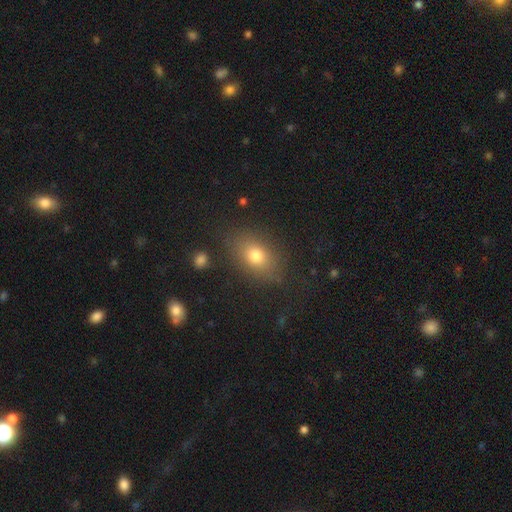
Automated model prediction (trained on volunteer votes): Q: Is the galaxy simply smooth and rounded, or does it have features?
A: smooth — 74%.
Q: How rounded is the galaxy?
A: in between — 75%.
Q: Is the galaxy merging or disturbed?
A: none — 82%.